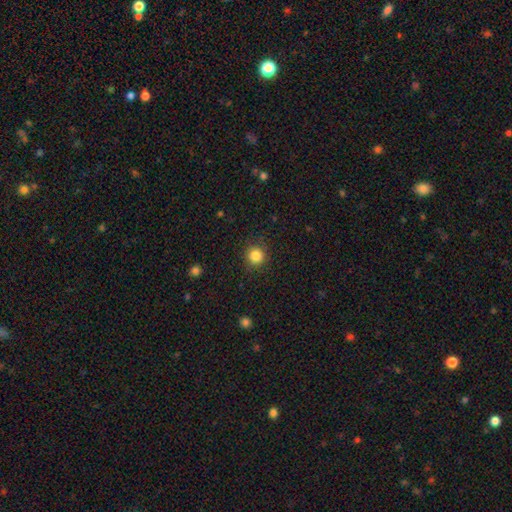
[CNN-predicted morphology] This appears to be a smooth galaxy with no disk features (84%) that is round (94%). Merging: none (90%).